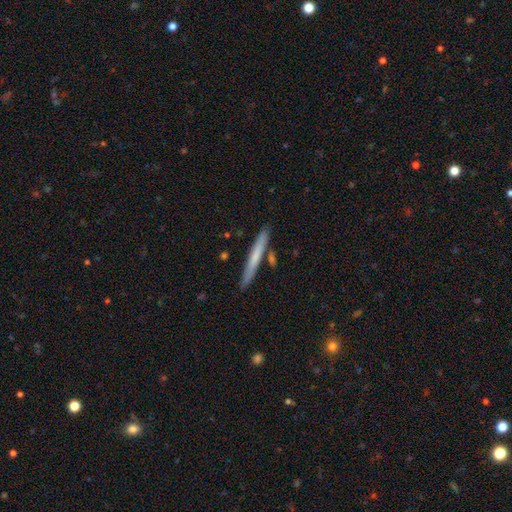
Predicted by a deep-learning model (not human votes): Smooth or featured? Predicted: smooth (p=0.60). How rounded? Predicted: cigar-shaped (p=0.96). Merging? Predicted: none (p=0.84).